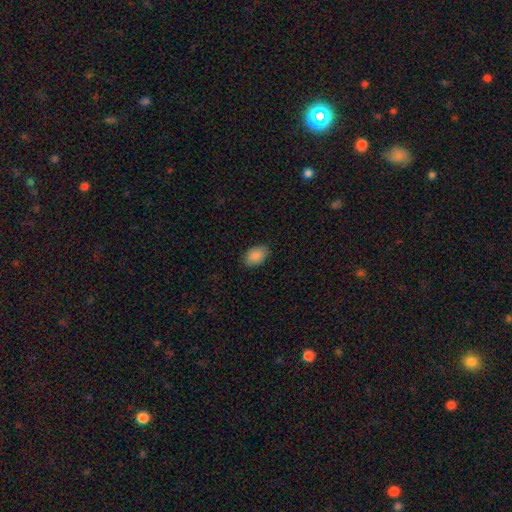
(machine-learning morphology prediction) Smooth or featured?
  - smooth: 89% *
  - star or artifact: 7%
  - featured or disk: 4%
How rounded?
  - in between: 89% *
  - round: 10%
  - cigar-shaped: 1%
Merging?
  - none: 86% *
  - minor disturbance: 11%
  - major disturbance: 2%
  - merger: 1%